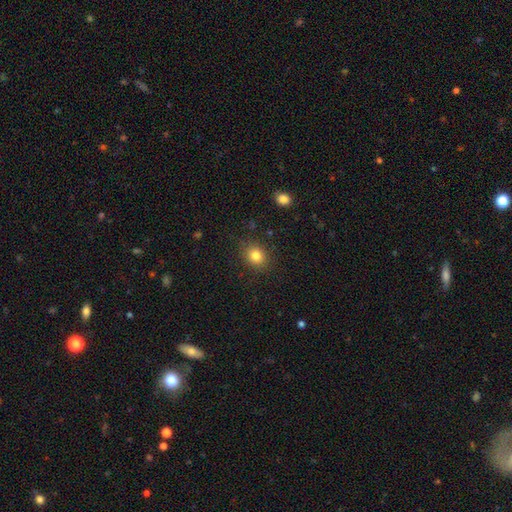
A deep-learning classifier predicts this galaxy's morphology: A smooth galaxy with no disk features (82%) that is round (62%). Merging: none (85%).